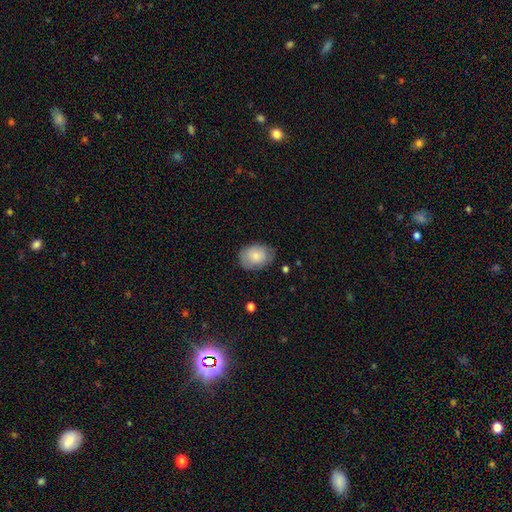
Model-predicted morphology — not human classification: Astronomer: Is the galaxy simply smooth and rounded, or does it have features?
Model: smooth — 79%.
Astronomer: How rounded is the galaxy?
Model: in between — 73%.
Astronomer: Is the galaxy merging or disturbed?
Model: none — 73%.